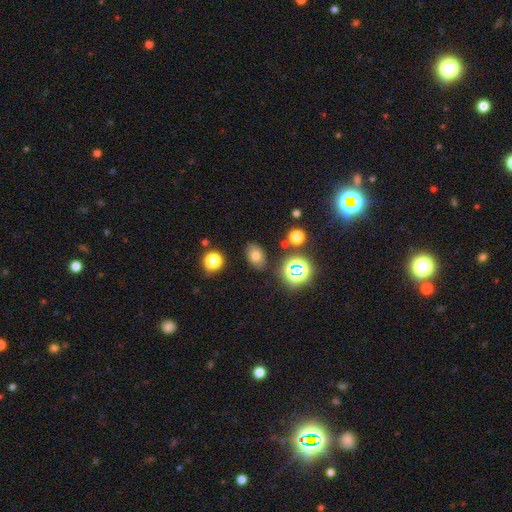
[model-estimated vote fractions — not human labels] This appears to be a smooth galaxy with no disk features (69%) that is in between round and cigar-shaped (80%). Merging: none (82%).